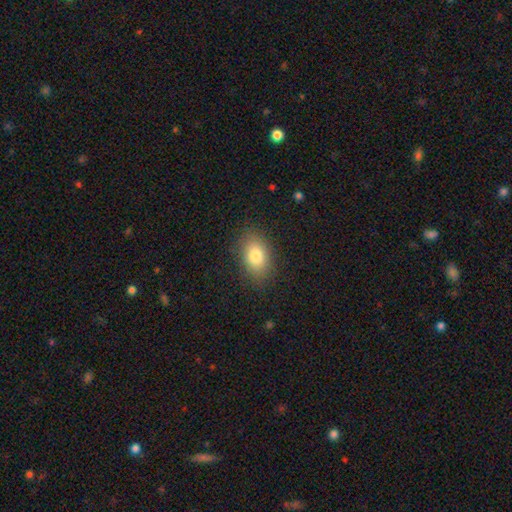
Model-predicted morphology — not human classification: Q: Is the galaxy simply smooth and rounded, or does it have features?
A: smooth — 82%.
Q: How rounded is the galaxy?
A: in between — 85%.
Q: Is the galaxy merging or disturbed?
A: none — 85%.